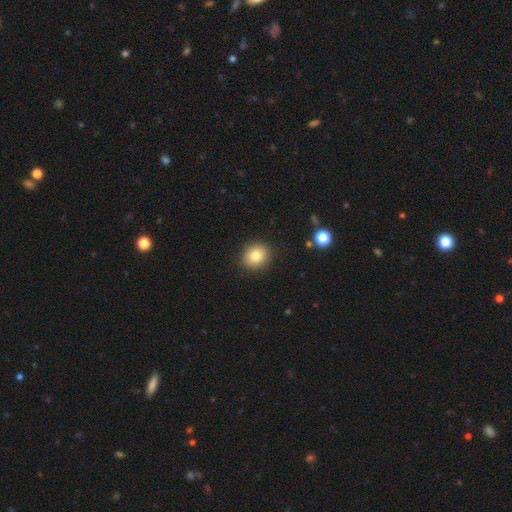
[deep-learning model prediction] Overall: smooth (82%). How rounded: round (80%). Merging: none (90%).